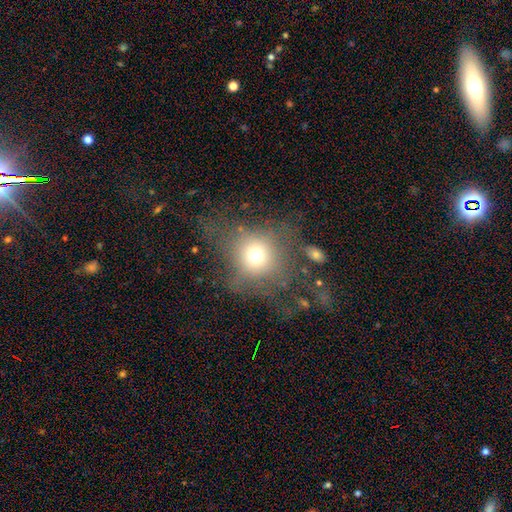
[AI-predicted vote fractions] smooth-or-featured: smooth: 67% | featured or disk: 17% | star or artifact: 16%
  how-rounded: round: 84% | in between: 15% | cigar-shaped: 1%
  merging: none: 52% | major disturbance: 24% | minor disturbance: 18% | merger: 5%